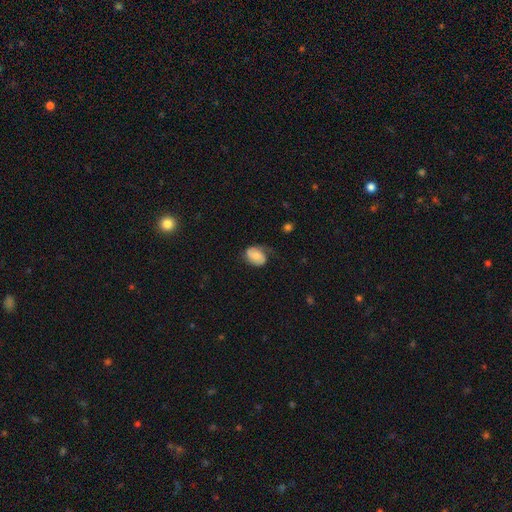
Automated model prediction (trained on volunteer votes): The model was most divided on "merging": none: 51%, minor disturbance: 32%, major disturbance: 15%, merger: 2%. More confident: how rounded — in between (76%); smooth or featured — smooth (62%).